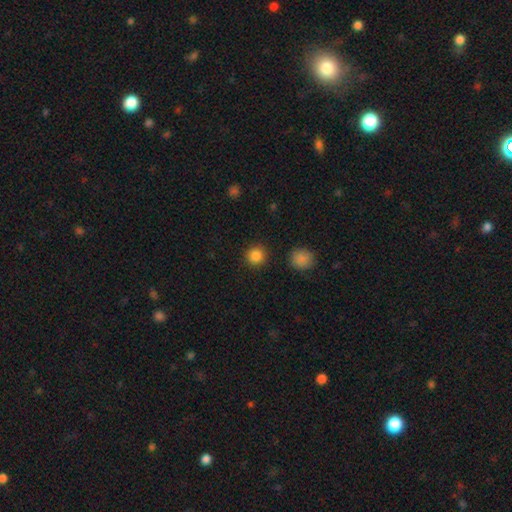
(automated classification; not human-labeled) Smooth or featured?
  - smooth: 86% *
  - star or artifact: 10%
  - featured or disk: 3%
How rounded?
  - round: 93% *
  - in between: 6%
  - cigar-shaped: 1%
Merging?
  - none: 91% *
  - minor disturbance: 5%
  - major disturbance: 2%
  - merger: 2%